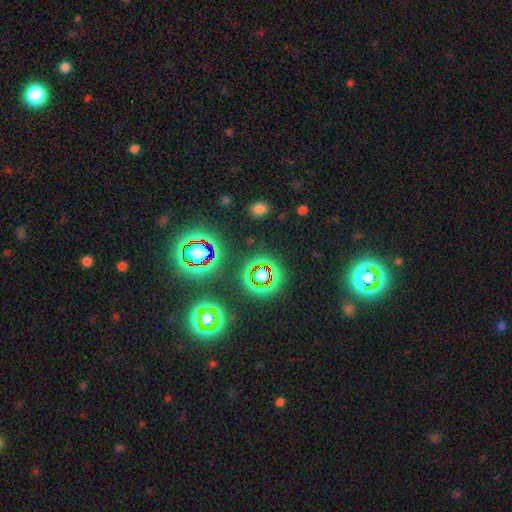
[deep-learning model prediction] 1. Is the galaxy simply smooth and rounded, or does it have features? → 69% star or artifact, 19% smooth, 12% featured or disk.